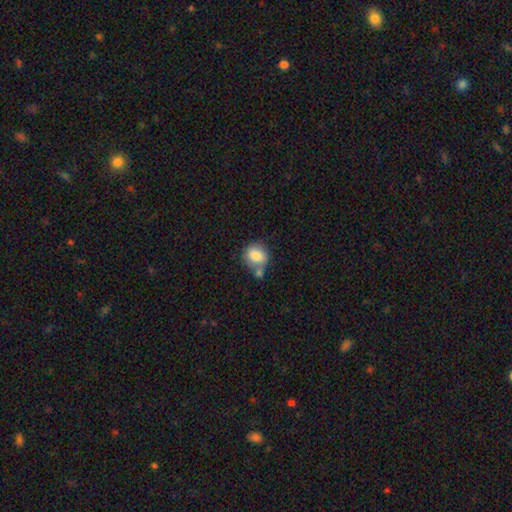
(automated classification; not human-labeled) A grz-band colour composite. It shows a smooth galaxy with no disk features (82%) that is round (76%). Merging: none (51%).